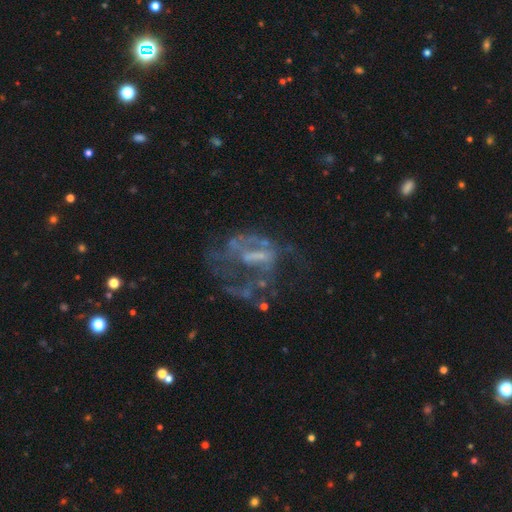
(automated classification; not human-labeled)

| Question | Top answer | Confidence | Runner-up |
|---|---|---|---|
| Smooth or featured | featured or disk | 71% | star or artifact (15%) |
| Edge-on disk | no | 97% | yes (3%) |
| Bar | no | 44% | weak (37%) |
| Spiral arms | no | 55% | yes (45%) |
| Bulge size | none | 47% | small (28%) |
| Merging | major disturbance | 43% | none (34%) |